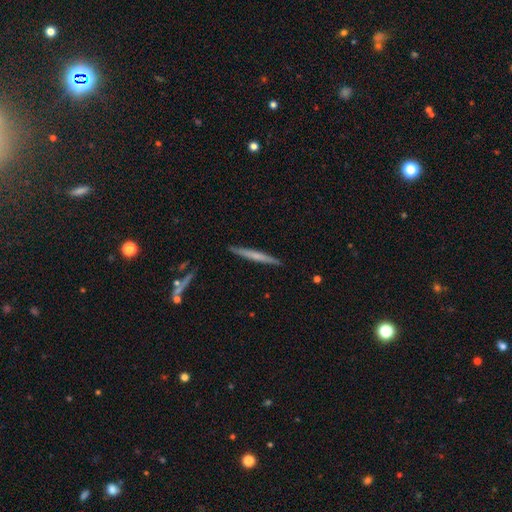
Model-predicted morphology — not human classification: The model was most divided on "smooth or featured": smooth: 50%, featured or disk: 44%, star or artifact: 6%. More confident: merging — none (90%).